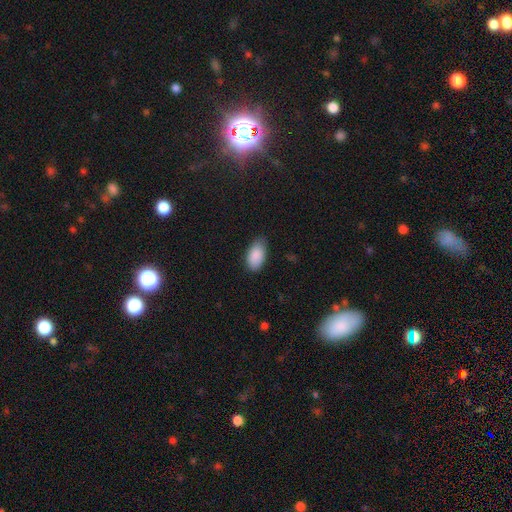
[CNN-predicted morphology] A smooth galaxy with no disk features (89%) that is in between round and cigar-shaped (95%). Merging: none (75%).